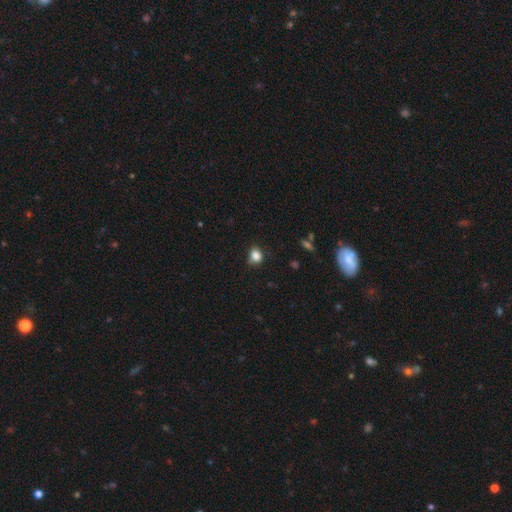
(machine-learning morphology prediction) Overall: smooth (85%). How rounded: round (58%; in between 41%). Merging: none (69%).